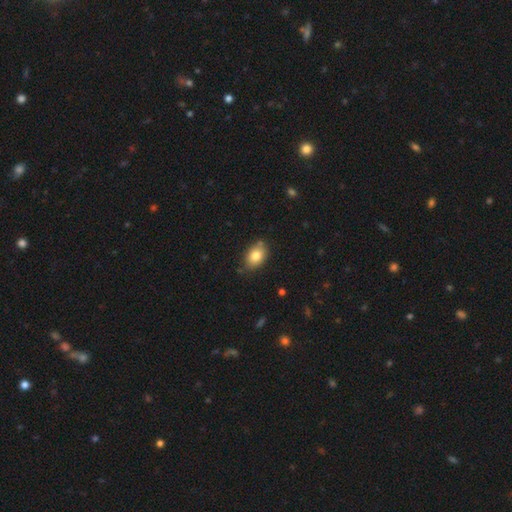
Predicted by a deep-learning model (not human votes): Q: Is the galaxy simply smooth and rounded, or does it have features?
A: smooth — 82%.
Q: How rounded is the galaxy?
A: in between — 82%.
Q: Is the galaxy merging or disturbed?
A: none — 77%.